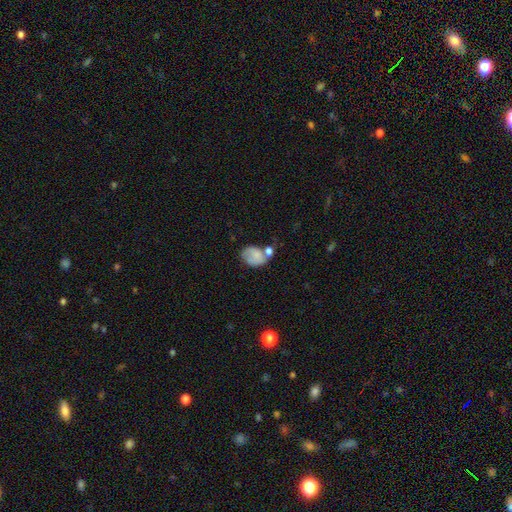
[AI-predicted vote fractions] This appears to be a smooth galaxy with no disk features (68%) that is in between round and cigar-shaped (64%). Merging: merger (33%, tied with none).